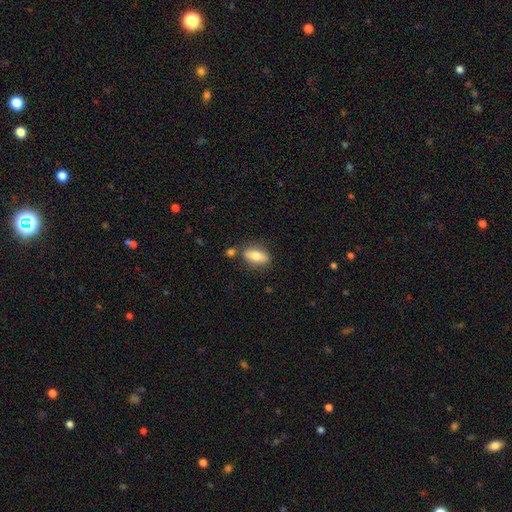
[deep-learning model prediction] Overall: smooth (73%). How rounded: in between (82%). Merging: none (75%).